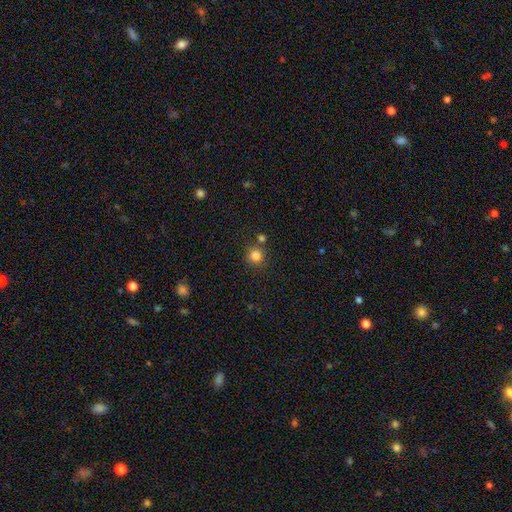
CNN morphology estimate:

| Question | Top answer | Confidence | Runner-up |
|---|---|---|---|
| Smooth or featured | smooth | 82% | star or artifact (12%) |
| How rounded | round | 93% | in between (6%) |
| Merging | none | 79% | merger (11%) |